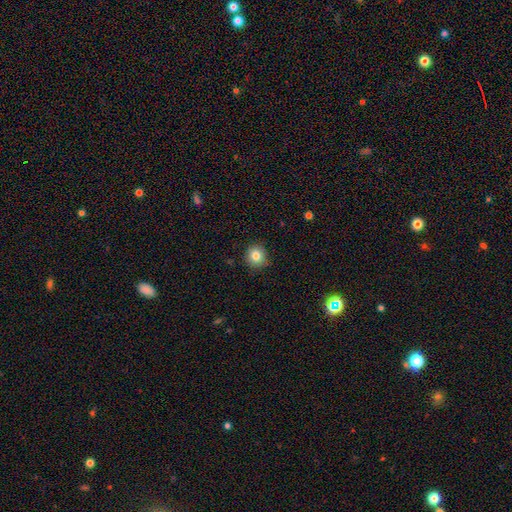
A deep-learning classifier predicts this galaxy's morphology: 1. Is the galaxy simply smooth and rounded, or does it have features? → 82% smooth, 11% star or artifact, 7% featured or disk.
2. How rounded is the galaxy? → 92% round, 7% in between, 1% cigar-shaped.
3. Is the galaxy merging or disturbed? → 88% none, 9% minor disturbance, 2% major disturbance, 1% merger.